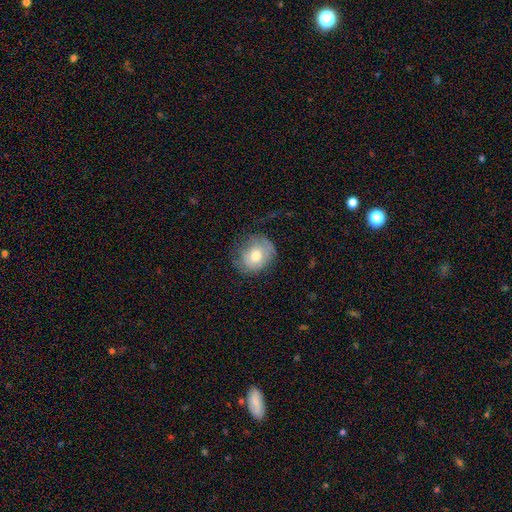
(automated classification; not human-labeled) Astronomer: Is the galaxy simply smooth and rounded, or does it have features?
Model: smooth — 59%.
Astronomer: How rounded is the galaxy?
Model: round — 68%.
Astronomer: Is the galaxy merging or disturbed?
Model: none — 60%.